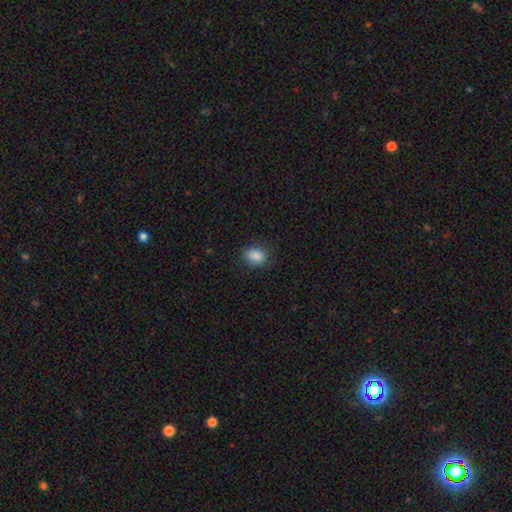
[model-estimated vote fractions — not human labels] smooth_or_featured: smooth (p=0.87) [alt: star or artifact p=0.09]
how_rounded: in between (p=0.67) [alt: round p=0.31]
merging: none (p=0.83) [alt: minor disturbance p=0.12]